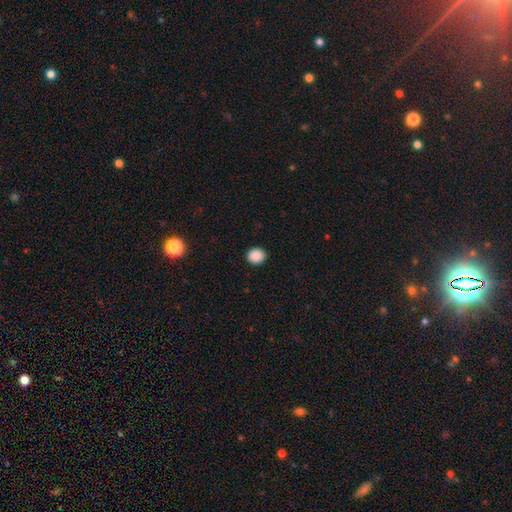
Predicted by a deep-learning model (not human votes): This appears to be a smooth galaxy with no disk features (89%) that is round (81%). Merging: none (92%).